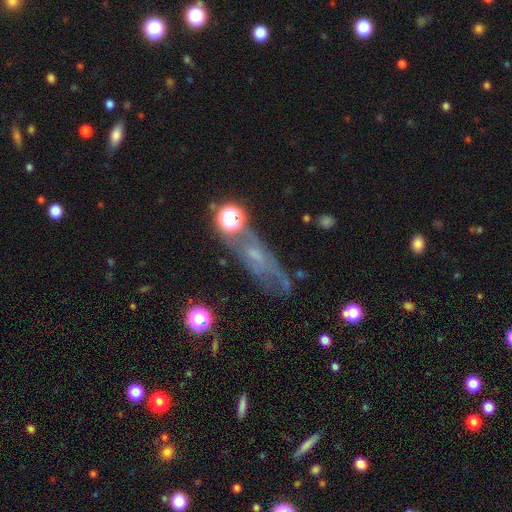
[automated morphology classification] This appears to be a featured or disk galaxy (48%). Merging: none (57%).